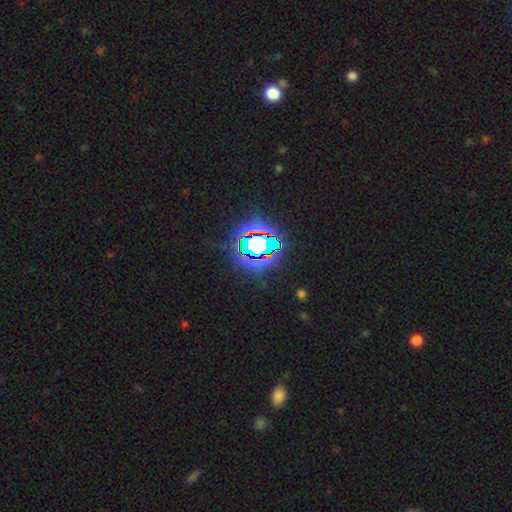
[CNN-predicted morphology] Smooth or featured?
  - star or artifact: 81% *
  - smooth: 12%
  - featured or disk: 7%